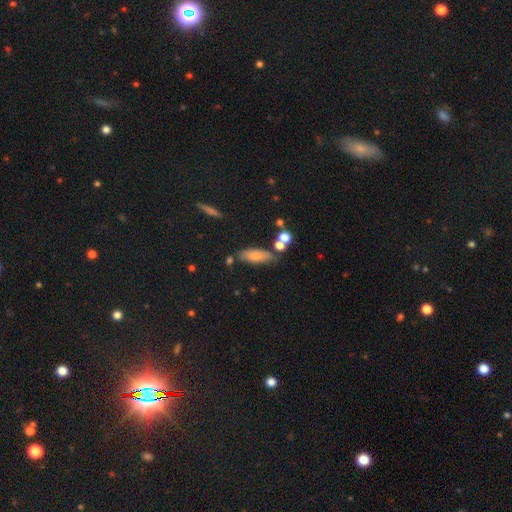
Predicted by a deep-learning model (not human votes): Overall: smooth (77%). How rounded: in between (61%; cigar-shaped 35%). Merging: none (66%).